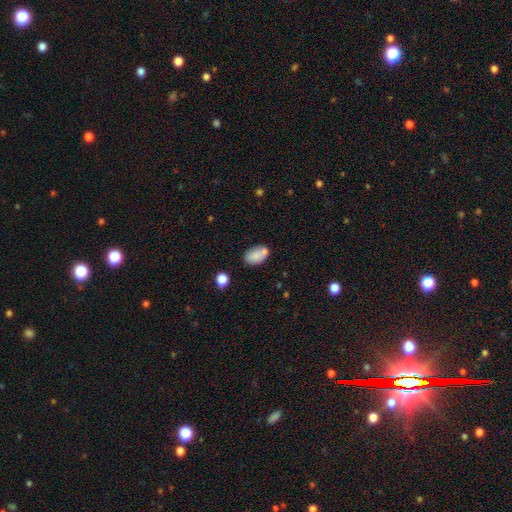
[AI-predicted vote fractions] A smooth galaxy with no disk features (81%) that is in between round and cigar-shaped (90%).

Vote fractions:
- Smooth or featured? smooth: 81% / featured or disk: 11% / star or artifact: 8%
- How rounded? in between: 90% / round: 9% / cigar-shaped: 1%
- Merging? none: 60% / merger: 18% / minor disturbance: 17% / major disturbance: 5%